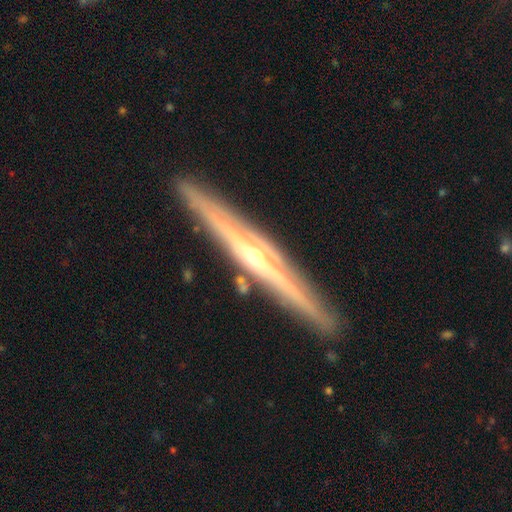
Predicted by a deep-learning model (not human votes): The model was most divided on "smooth or featured": featured or disk: 79%, smooth: 15%, star or artifact: 6%. More confident: edge-on bulge — rounded (87%); edge-on disk — yes (85%); merging — none (82%).